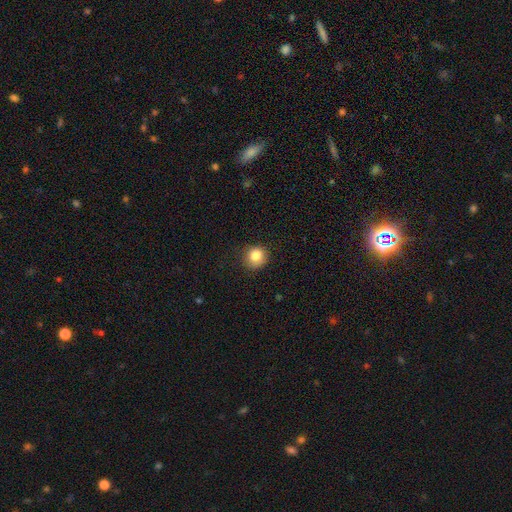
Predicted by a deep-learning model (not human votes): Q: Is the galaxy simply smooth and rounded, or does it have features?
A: smooth — 85%.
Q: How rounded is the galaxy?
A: round — 89%.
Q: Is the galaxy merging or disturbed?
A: none — 83%.